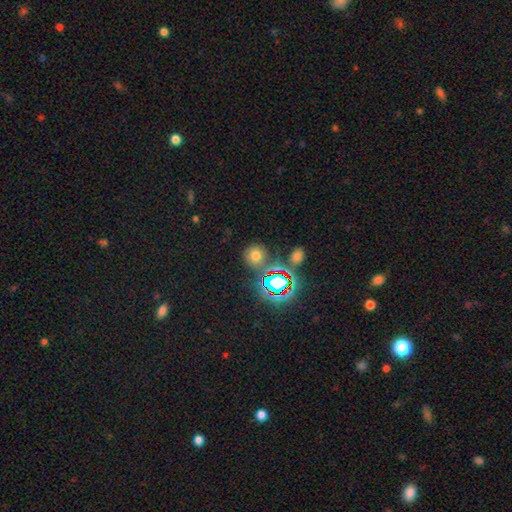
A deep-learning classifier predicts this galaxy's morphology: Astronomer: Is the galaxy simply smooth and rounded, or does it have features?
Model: smooth — 63%.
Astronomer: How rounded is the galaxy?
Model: round — 86%.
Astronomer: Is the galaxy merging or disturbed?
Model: none — 75%.